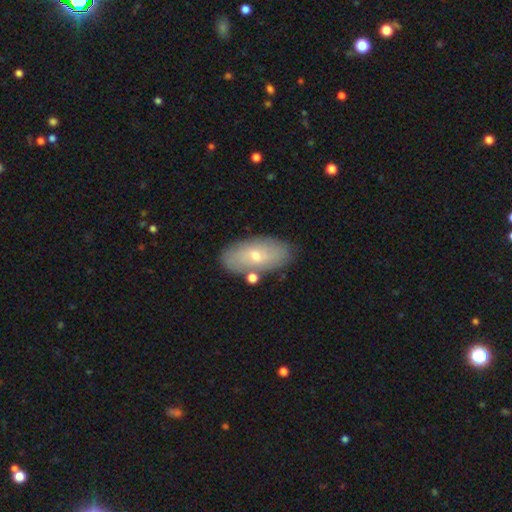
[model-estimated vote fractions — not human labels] Overall: smooth (58%; featured or disk 35%). How rounded: in between (91%). Merging: none (80%).